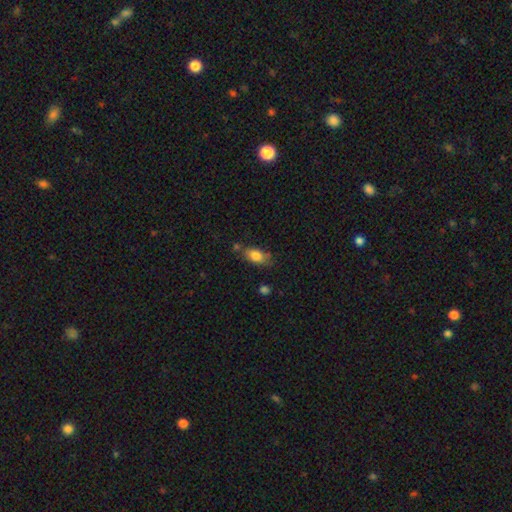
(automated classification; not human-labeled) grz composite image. It shows a smooth galaxy with no disk features (81%) that is in between round and cigar-shaped (85%). Merging: none (64%).